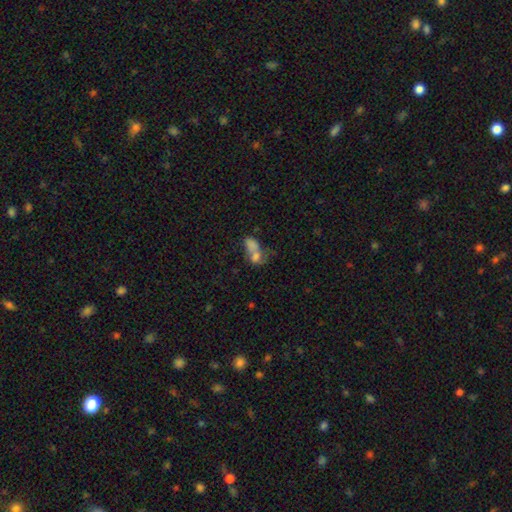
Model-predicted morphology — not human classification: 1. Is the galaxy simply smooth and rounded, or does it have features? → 68% smooth, 21% featured or disk, 12% star or artifact.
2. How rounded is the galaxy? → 76% in between, 20% round, 4% cigar-shaped.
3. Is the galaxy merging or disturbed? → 69% merger, 14% none, 10% major disturbance, 7% minor disturbance.